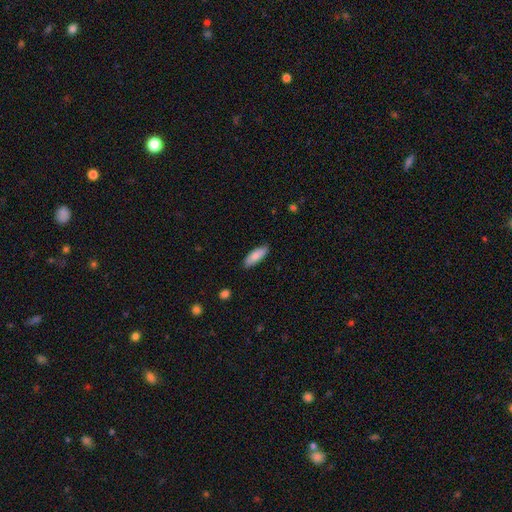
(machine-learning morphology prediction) Q: Smooth or featured?
A: smooth (85%); runner-up: featured or disk (9%)
Q: How rounded?
A: in between (58%); runner-up: cigar-shaped (40%)
Q: Merging?
A: none (86%); runner-up: minor disturbance (11%)